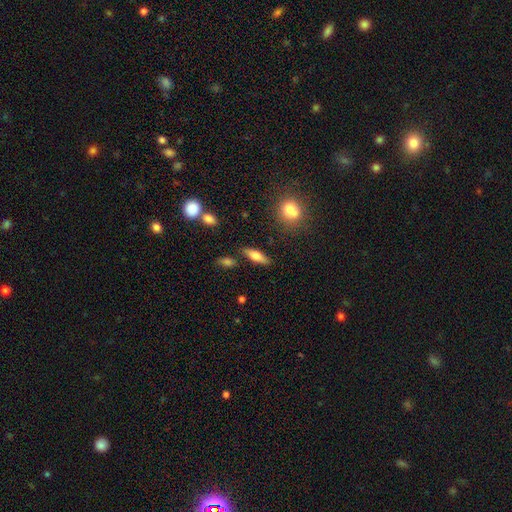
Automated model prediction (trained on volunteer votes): A smooth galaxy with no disk features (60%) that is in between round and cigar-shaped (58%).

Vote fractions:
- Smooth or featured? smooth: 60% / featured or disk: 33% / star or artifact: 8%
- How rounded? in between: 58% / cigar-shaped: 39% / round: 4%
- Merging? none: 82% / minor disturbance: 11% / merger: 4% / major disturbance: 3%